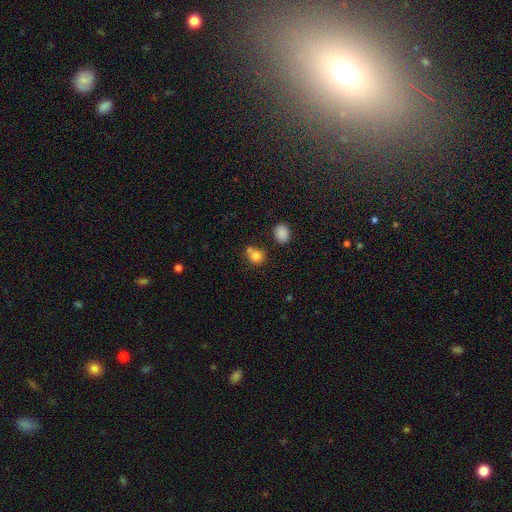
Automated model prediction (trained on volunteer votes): Smooth or featured: smooth — 81% (star or artifact — 12%)
How rounded: round — 78% (in between — 21%)
Merging: none — 56% (merger — 28%)